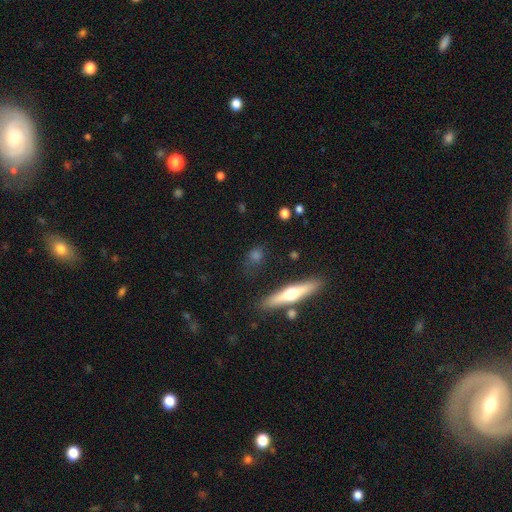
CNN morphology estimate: Smooth or featured: smooth — 48% (featured or disk — 42%)
Merging: none — 77% (minor disturbance — 14%)